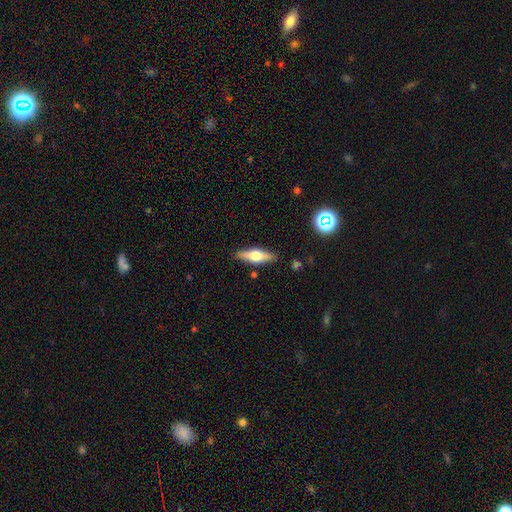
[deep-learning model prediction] Smooth or featured? featured or disk (53%)
Edge-on disk? yes (93%)
Merging? none (87%)